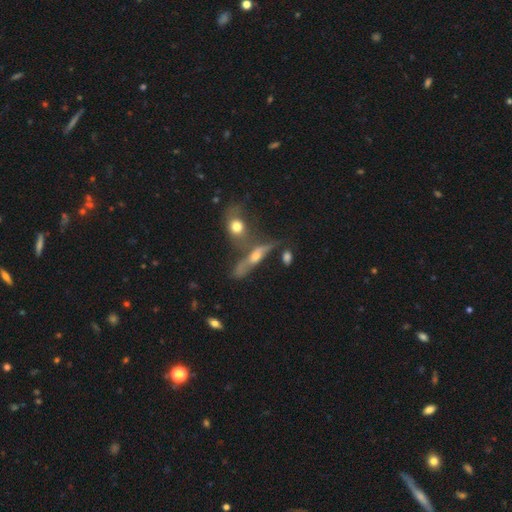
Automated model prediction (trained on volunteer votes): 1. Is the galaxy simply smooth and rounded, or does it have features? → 59% featured or disk, 29% smooth, 12% star or artifact.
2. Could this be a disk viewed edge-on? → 76% yes, 24% no.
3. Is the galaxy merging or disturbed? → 45% none, 28% merger, 17% minor disturbance, 11% major disturbance.